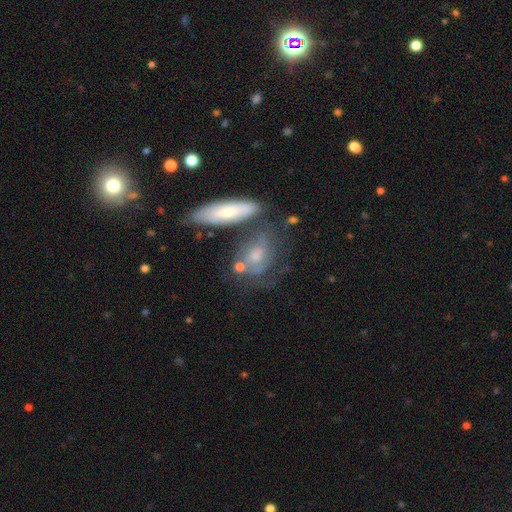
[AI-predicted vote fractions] smooth-or-featured: featured or disk: 51% | smooth: 39% | star or artifact: 10%
  disk-edge-on: no: 83% | yes: 17%
  merging: none: 47% | minor disturbance: 21% | merger: 18% | major disturbance: 14%